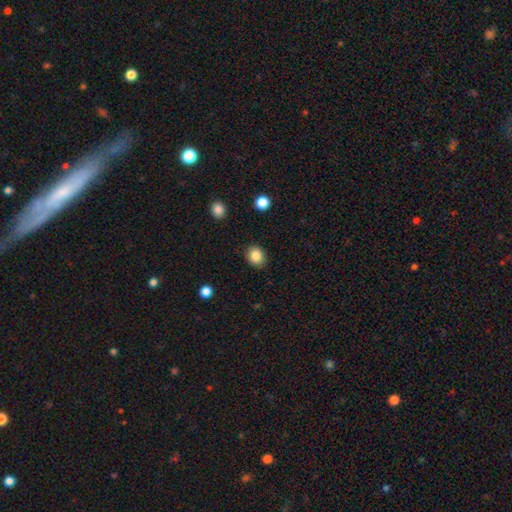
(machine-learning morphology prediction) Smooth or featured: smooth — 86% (star or artifact — 10%)
How rounded: round — 58% (in between — 41%)
Merging: none — 86% (minor disturbance — 10%)